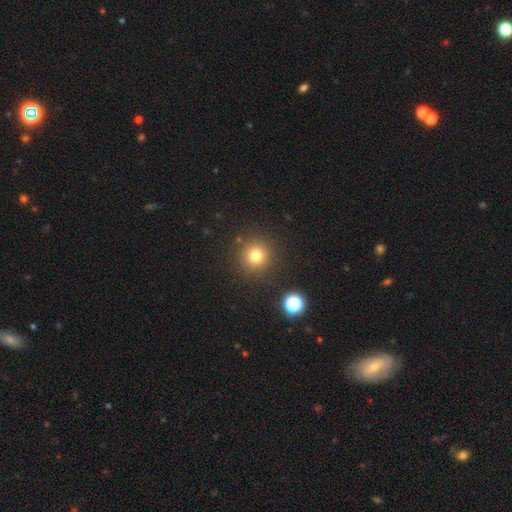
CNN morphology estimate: Overall: smooth (77%). How rounded: round (95%). Merging: none (89%).